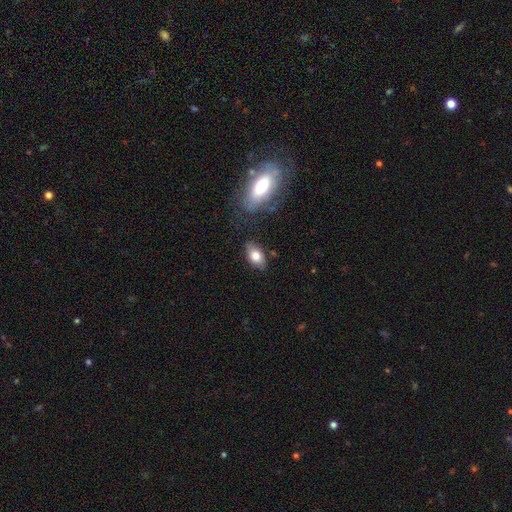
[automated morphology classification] A smooth galaxy with no disk features (77%) that is in between round and cigar-shaped (88%). Merging: none (76%).